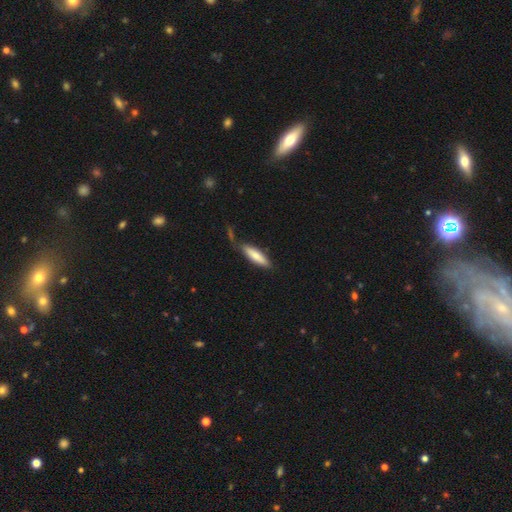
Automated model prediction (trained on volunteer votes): The model was most divided on "how rounded": cigar-shaped: 65%, in between: 33%, round: 2%. More confident: smooth or featured — smooth (74%); merging — none (63%).